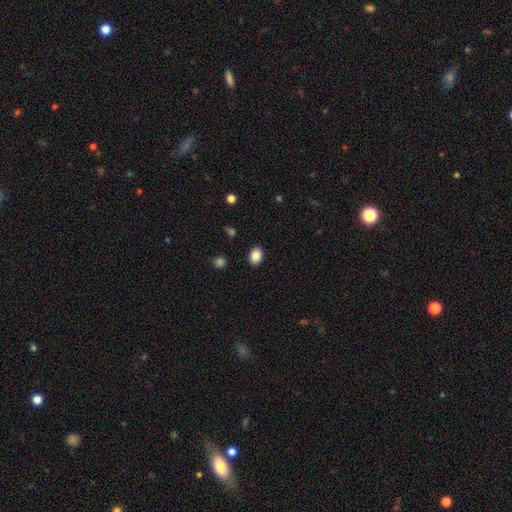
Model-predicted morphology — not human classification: This is clearly a smooth galaxy (87%). How rounded: likely in between (74%). Merging: clearly none (89%).